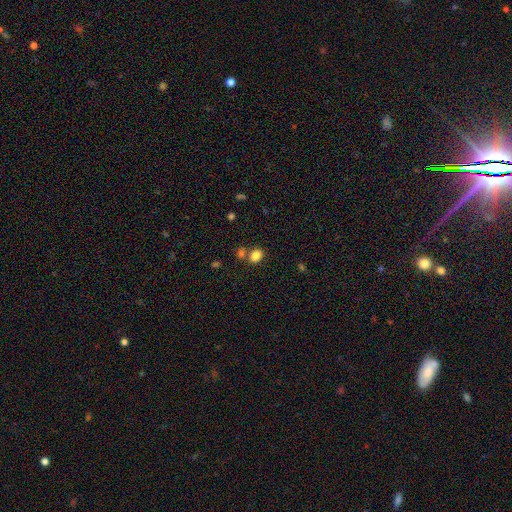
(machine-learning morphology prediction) Smooth or featured? smooth (83%)
How rounded? in between (61%)
Merging? none (63%)